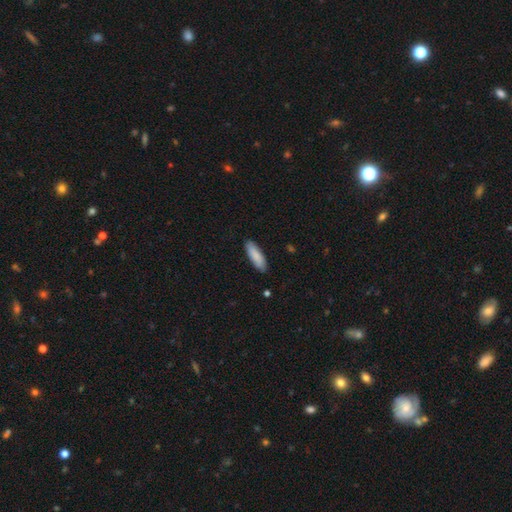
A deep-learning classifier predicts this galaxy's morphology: type=smooth (86%); roundness=in between (50%); merging=none (86%).